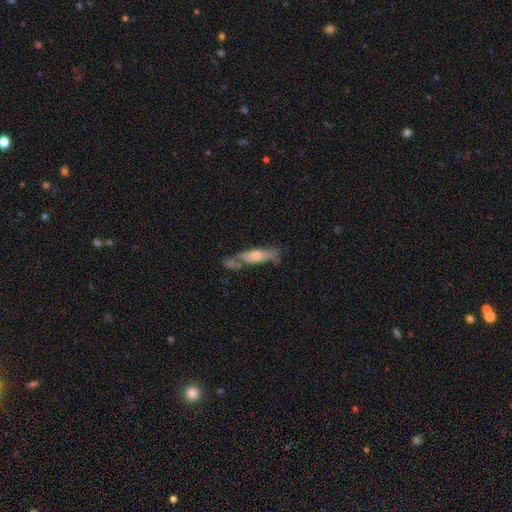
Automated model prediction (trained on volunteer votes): smooth_or_featured: smooth (p=0.48) [alt: featured or disk p=0.46]
merging: none (p=0.48) [alt: minor disturbance p=0.25]